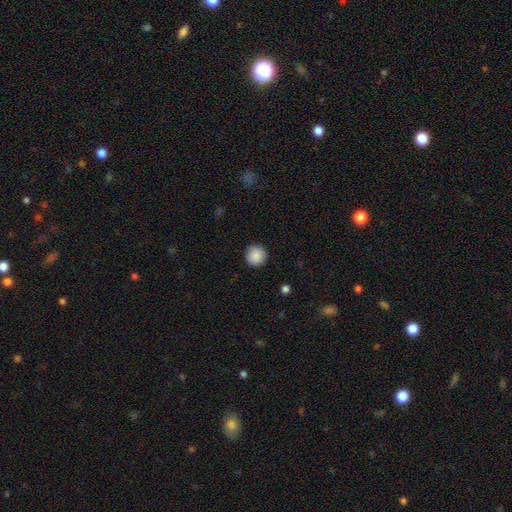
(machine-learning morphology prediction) Smooth or featured? Predicted: smooth (p=0.89). How rounded? Predicted: round (p=0.95). Merging? Predicted: none (p=0.92).